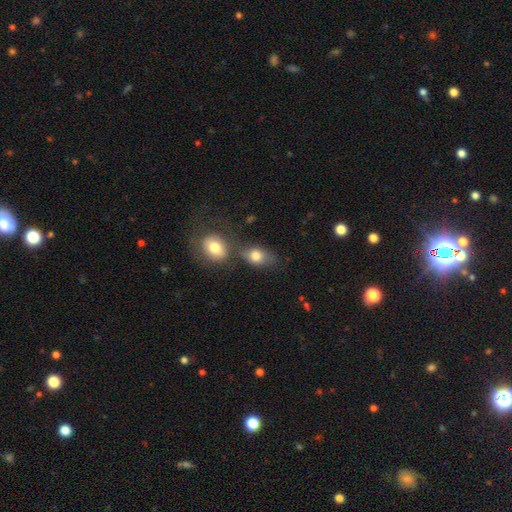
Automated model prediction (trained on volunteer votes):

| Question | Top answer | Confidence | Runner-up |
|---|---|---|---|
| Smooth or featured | smooth | 77% | featured or disk (14%) |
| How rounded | in between | 74% | round (24%) |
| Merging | none | 51% | merger (28%) |